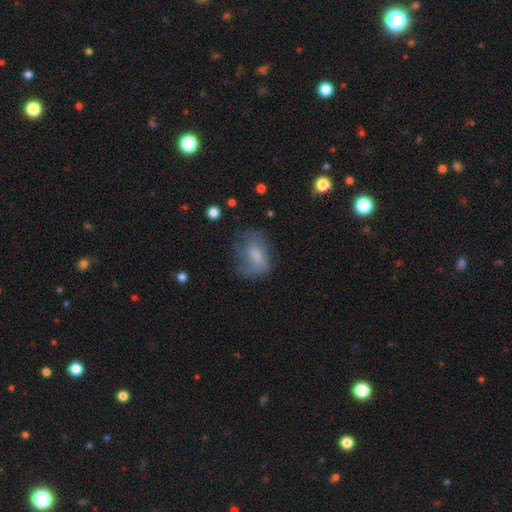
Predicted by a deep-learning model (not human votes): A smooth galaxy with no disk features (60%) that is in between round and cigar-shaped (78%). Merging: none (45%).